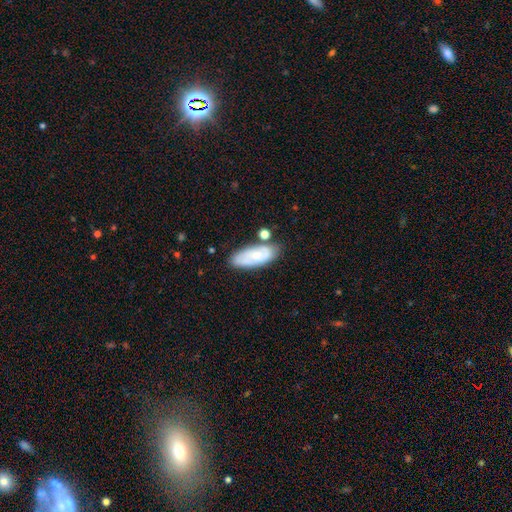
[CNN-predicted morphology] smooth_or_featured: smooth (p=0.57) [alt: featured or disk p=0.36]
how_rounded: in between (p=0.80) [alt: cigar-shaped p=0.17]
merging: none (p=0.67) [alt: minor disturbance p=0.18]